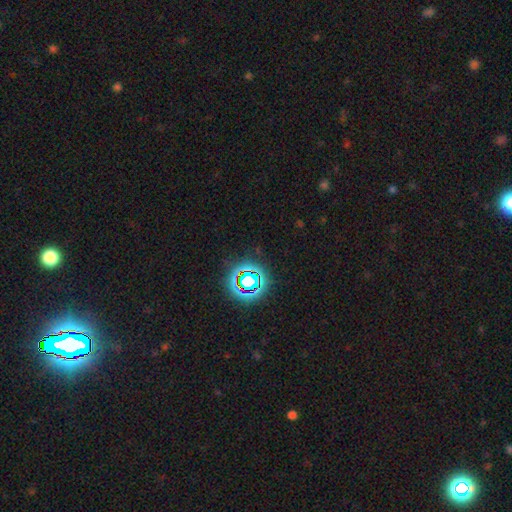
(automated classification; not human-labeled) smooth-or-featured: star or artifact: 77% | smooth: 14% | featured or disk: 9%